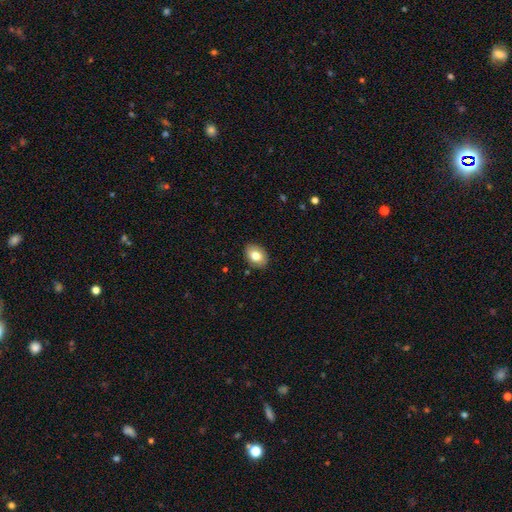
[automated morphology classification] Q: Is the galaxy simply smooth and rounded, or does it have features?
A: smooth — 80%.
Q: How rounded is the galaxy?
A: in between — 79%.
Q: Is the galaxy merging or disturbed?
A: none — 87%.